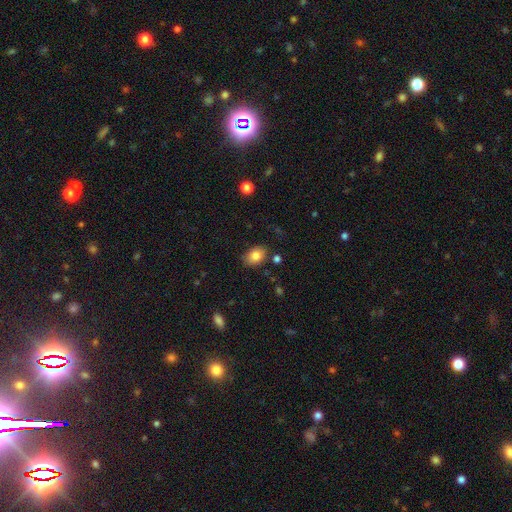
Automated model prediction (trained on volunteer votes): smooth 82%, star or artifact 9%, featured or disk 9%. Down the decision tree: how rounded — in between (73%); merging — none (81%).